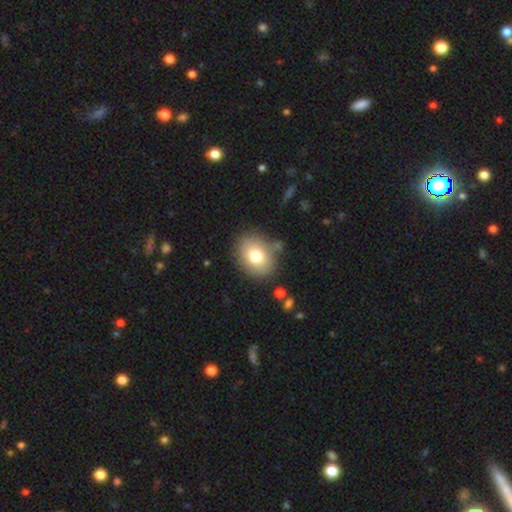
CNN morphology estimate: smooth 76%, featured or disk 15%, star or artifact 10%. Down the decision tree: how rounded — in between (53%); merging — none (78%).